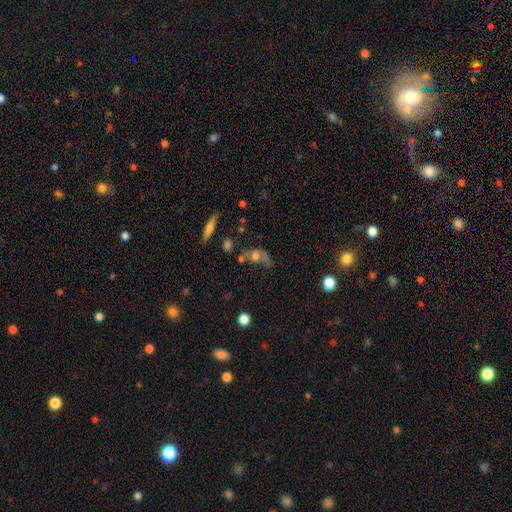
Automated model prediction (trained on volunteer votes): Q: Smooth or featured?
A: smooth (45%); runner-up: featured or disk (36%)
Q: Merging?
A: major disturbance (31%); runner-up: none (30%)